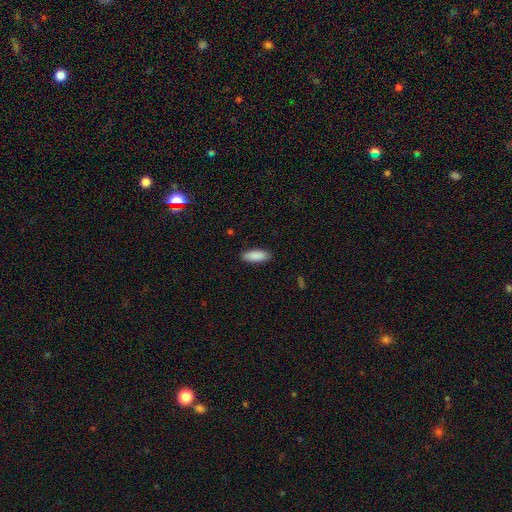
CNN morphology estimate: The model was most divided on "how rounded": in between: 70%, cigar-shaped: 28%, round: 2%. More confident: smooth or featured — smooth (90%); merging — none (88%).